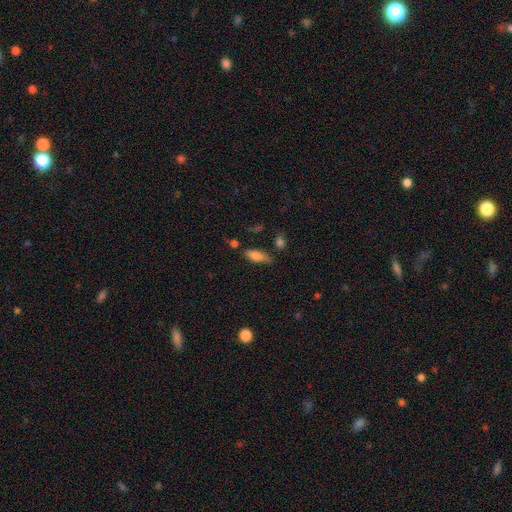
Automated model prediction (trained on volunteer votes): Smooth or featured? Predicted: smooth (p=0.78). How rounded? Predicted: in between (p=0.68). Merging? Predicted: none (p=0.59).